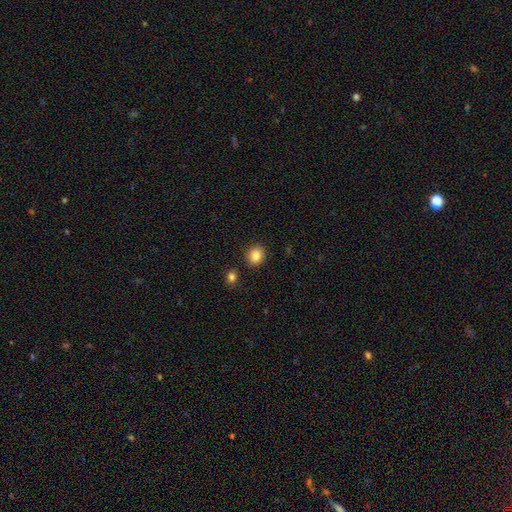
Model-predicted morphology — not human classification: Smooth or featured? Predicted: smooth (p=0.87). How rounded? Predicted: round (p=0.57). Merging? Predicted: none (p=0.87).